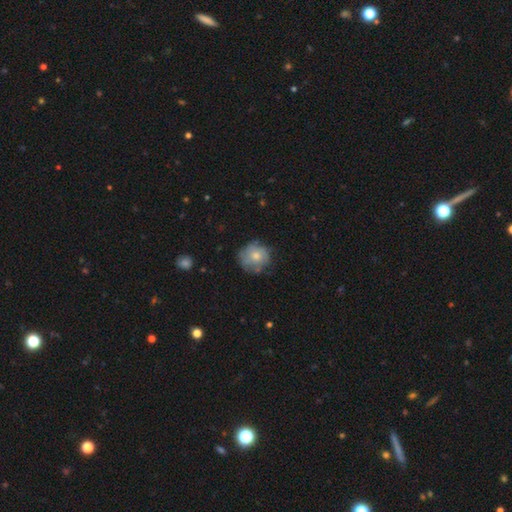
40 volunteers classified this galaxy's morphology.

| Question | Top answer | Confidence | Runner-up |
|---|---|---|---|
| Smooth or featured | smooth | 65% | featured or disk (28%) |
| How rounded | round | 88% | in between (12%) |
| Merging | none | 76% | minor disturbance (24%) |